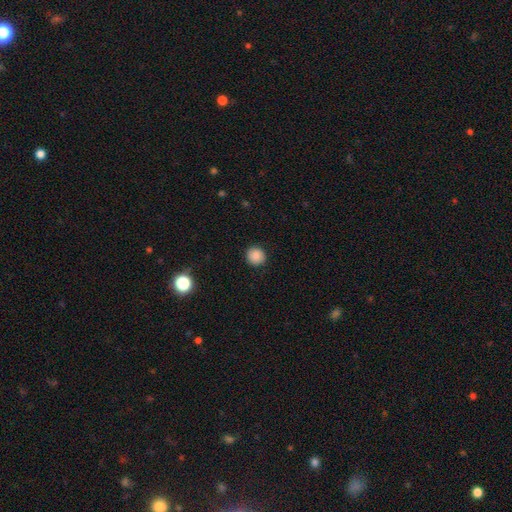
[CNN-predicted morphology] smooth-or-featured: smooth: 87% | star or artifact: 9% | featured or disk: 4%
  how-rounded: round: 94% | in between: 5% | cigar-shaped: 1%
  merging: none: 92% | minor disturbance: 6% | major disturbance: 2% | merger: 1%